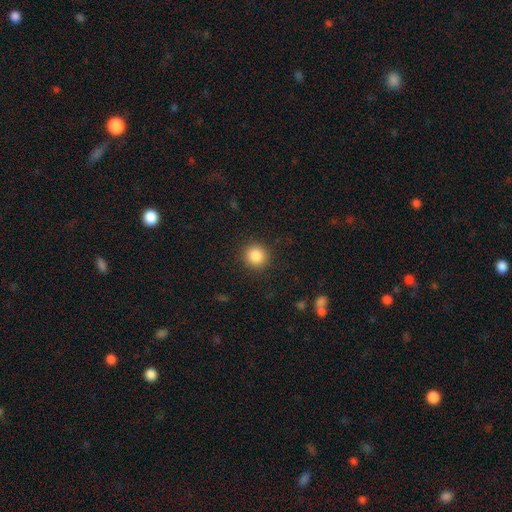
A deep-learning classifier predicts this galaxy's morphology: This appears to be a smooth galaxy with no disk features (86%) that is round (93%). Merging: none (91%).